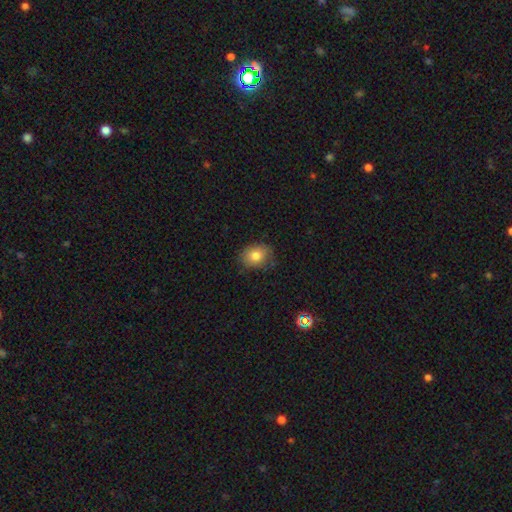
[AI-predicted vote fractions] smooth_or_featured: smooth (p=0.80) [alt: featured or disk p=0.11]
how_rounded: in between (p=0.55) [alt: round p=0.44]
merging: none (p=0.78) [alt: minor disturbance p=0.17]